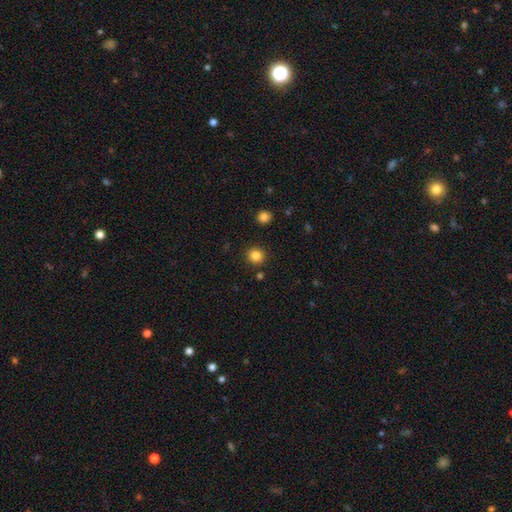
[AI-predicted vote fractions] A smooth galaxy with no disk features (84%) that is round (91%).

Vote fractions:
- Smooth or featured? smooth: 84% / star or artifact: 12% / featured or disk: 4%
- How rounded? round: 91% / in between: 8% / cigar-shaped: 1%
- Merging? none: 90% / minor disturbance: 6% / merger: 2% / major disturbance: 2%